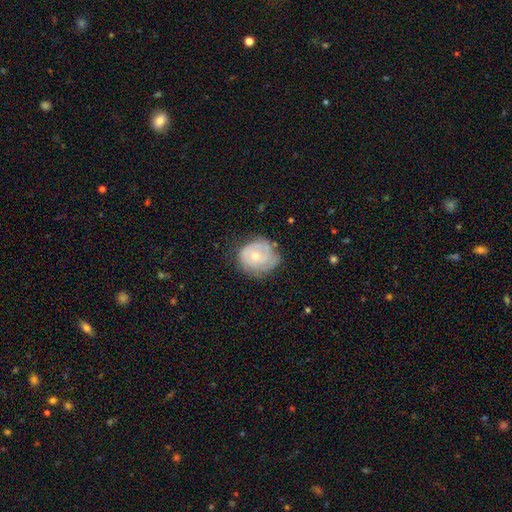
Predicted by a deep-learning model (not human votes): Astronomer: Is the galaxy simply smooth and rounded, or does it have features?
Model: featured or disk — 64%.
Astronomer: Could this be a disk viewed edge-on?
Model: no — 97%.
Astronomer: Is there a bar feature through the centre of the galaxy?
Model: no — 78%.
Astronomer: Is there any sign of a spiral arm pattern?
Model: yes — 80%.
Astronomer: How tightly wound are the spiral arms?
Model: tight — 67%.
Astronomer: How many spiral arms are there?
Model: can't tell — 39% (runner-up: 2, 30%).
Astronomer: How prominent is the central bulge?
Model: small — 53% (runner-up: moderate, 43%).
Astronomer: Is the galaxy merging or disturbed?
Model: none — 64%.